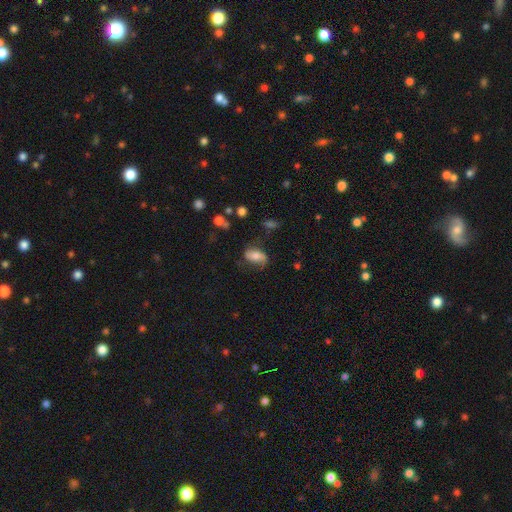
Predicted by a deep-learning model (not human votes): This is possibly a smooth galaxy (50%). Merging: possibly none (59%).